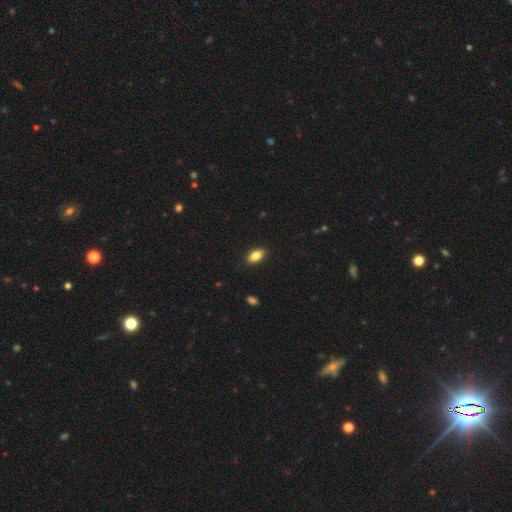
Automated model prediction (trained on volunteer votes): Smooth or featured? Predicted: smooth (p=0.85). How rounded? Predicted: in between (p=0.91). Merging? Predicted: none (p=0.89).